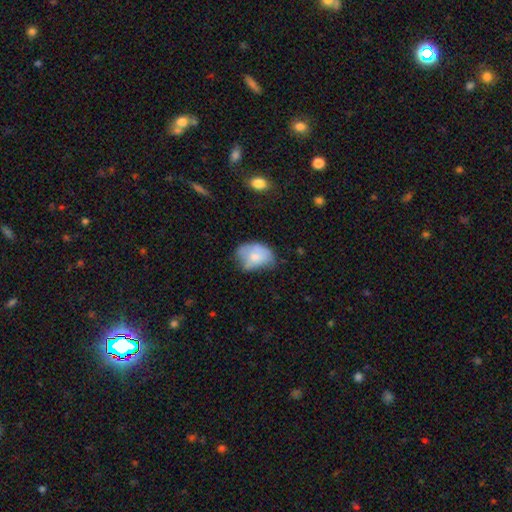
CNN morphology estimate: This appears to be a smooth galaxy with no disk features (69%) that is in between round and cigar-shaped (78%). Merging: none (39%).